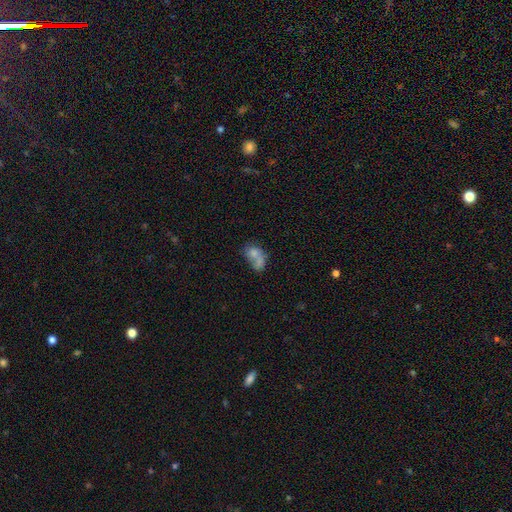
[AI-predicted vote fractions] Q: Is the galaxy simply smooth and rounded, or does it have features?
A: smooth — 65%.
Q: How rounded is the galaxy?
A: in between — 69%.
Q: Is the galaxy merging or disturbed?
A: merger — 56%.